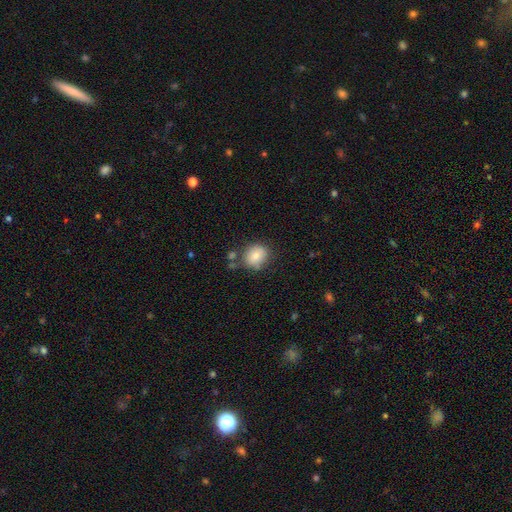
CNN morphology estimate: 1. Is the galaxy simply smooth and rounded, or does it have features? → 80% smooth, 11% featured or disk, 9% star or artifact.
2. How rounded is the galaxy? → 71% round, 28% in between, 1% cigar-shaped.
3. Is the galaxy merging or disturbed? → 71% none, 16% minor disturbance, 8% merger, 5% major disturbance.